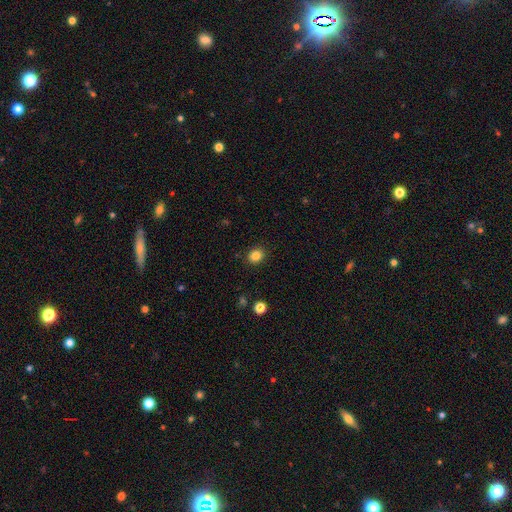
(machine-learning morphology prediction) This is clearly a smooth galaxy (85%). How rounded: likely round (64%). Merging: clearly none (89%).